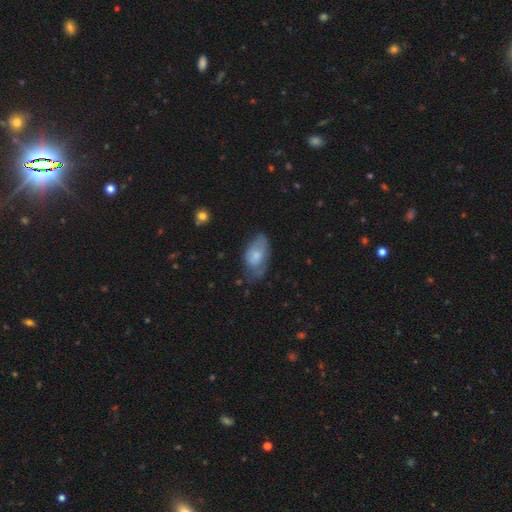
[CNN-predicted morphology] This is likely a smooth galaxy (63%). How rounded: clearly in between (92%). Merging: marginally none (43%).